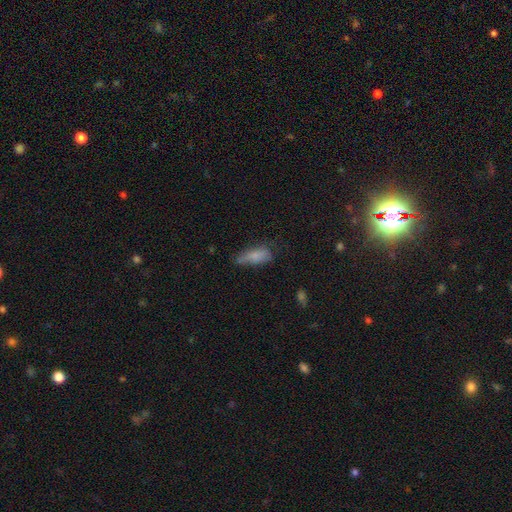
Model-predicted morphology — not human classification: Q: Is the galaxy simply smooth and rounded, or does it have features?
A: smooth — 76%.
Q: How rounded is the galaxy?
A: in between — 64%.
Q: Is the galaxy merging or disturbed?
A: none — 43%.